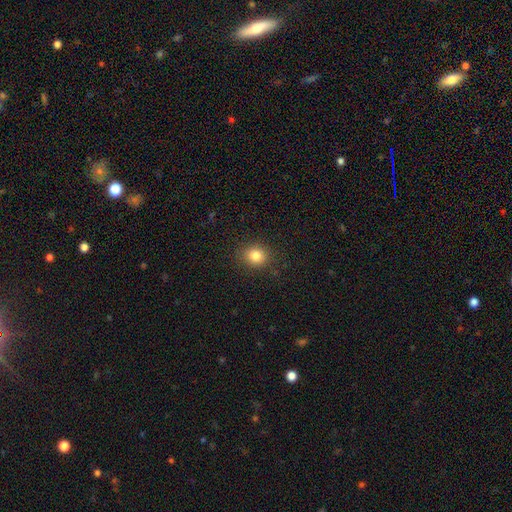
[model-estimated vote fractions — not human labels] smooth-or-featured: smooth: 83% | star or artifact: 12% | featured or disk: 6%
  how-rounded: round: 75% | in between: 24% | cigar-shaped: 1%
  merging: none: 88% | minor disturbance: 8% | major disturbance: 3% | merger: 1%